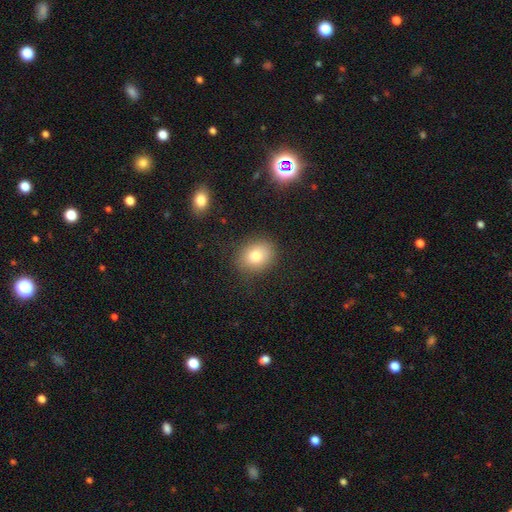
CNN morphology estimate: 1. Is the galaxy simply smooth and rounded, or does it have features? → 79% smooth, 11% star or artifact, 10% featured or disk.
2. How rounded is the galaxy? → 62% round, 37% in between, 1% cigar-shaped.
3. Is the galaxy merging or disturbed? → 84% none, 11% minor disturbance, 4% major disturbance, 1% merger.